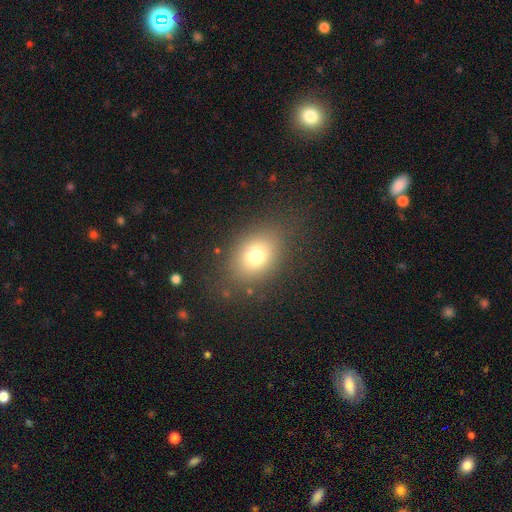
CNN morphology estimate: Q: Smooth or featured?
A: smooth (74%); runner-up: star or artifact (14%)
Q: How rounded?
A: in between (62%); runner-up: round (37%)
Q: Merging?
A: none (81%); runner-up: minor disturbance (11%)